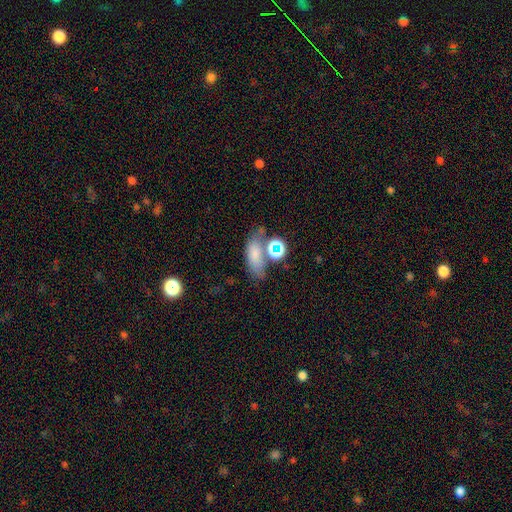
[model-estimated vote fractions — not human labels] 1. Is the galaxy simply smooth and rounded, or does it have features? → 69% smooth, 16% star or artifact, 15% featured or disk.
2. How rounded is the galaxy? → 77% in between, 12% round, 11% cigar-shaped.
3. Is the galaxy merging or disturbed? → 47% none, 24% merger, 18% minor disturbance, 11% major disturbance.